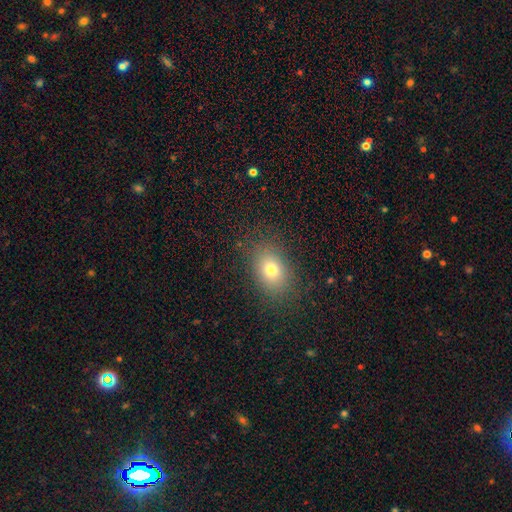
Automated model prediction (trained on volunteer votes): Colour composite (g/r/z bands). It shows a smooth galaxy with no disk features (75%) that is in between round and cigar-shaped (70%). Merging: none (88%).